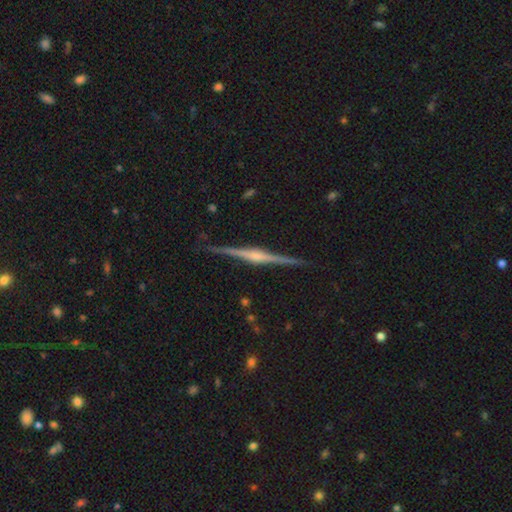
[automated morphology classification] Smooth or featured?
  - featured or disk: 87% *
  - smooth: 8%
  - star or artifact: 5%
Edge-on disk?
  - yes: 98% *
  - no: 2%
Edge-on bulge?
  - rounded: 75% *
  - boxy: 18%
  - none: 7%
Merging?
  - none: 89% *
  - minor disturbance: 8%
  - major disturbance: 2%
  - merger: 1%